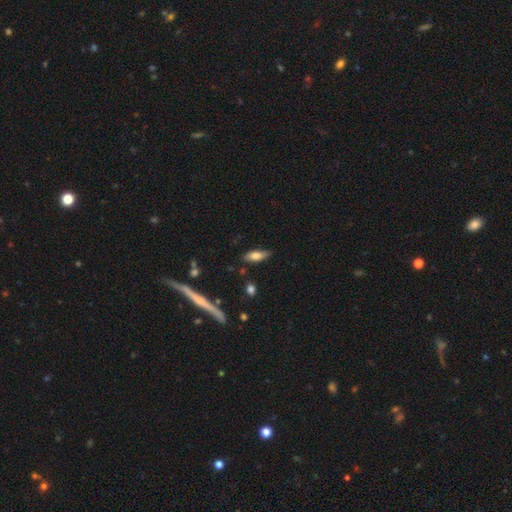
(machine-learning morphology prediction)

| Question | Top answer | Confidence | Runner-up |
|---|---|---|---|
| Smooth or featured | smooth | 73% | featured or disk (20%) |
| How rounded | in between | 68% | cigar-shaped (30%) |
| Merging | none | 81% | minor disturbance (14%) |